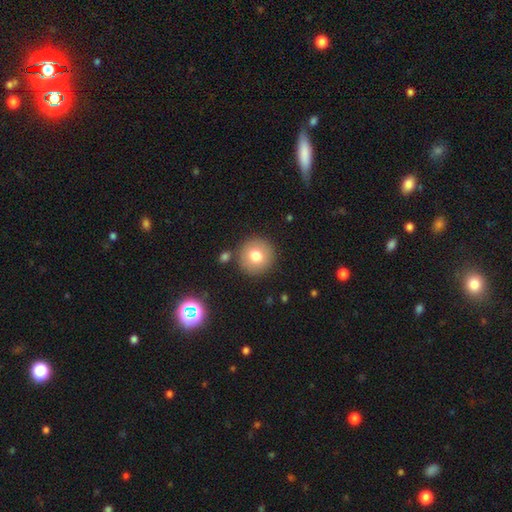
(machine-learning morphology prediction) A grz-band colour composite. It shows a smooth galaxy with no disk features (76%) that is round (95%). Merging: none (86%).